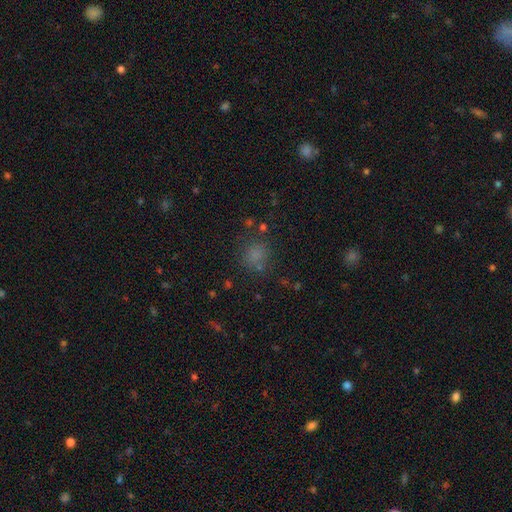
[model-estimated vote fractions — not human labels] Morphology: type=smooth (73%); roundness=round (79%); merging=none (77%).